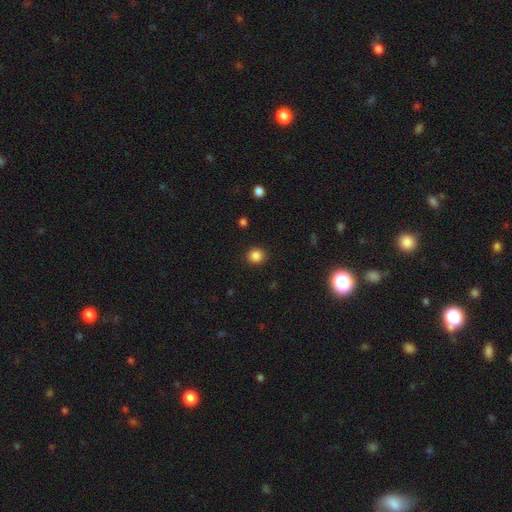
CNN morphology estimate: Overall: smooth (85%). How rounded: round (91%). Merging: none (91%).